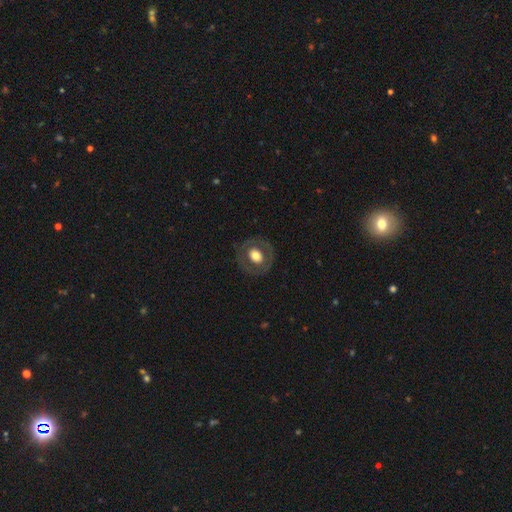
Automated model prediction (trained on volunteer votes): smooth 54%, featured or disk 39%, star or artifact 7%. Down the decision tree: how rounded — round (68%); merging — none (82%).